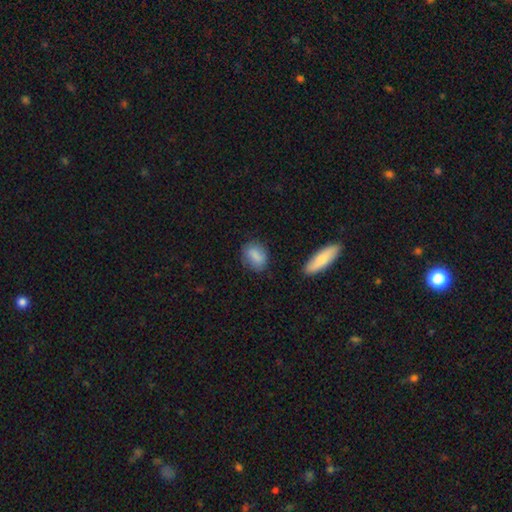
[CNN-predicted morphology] A smooth galaxy with no disk features (84%) that is in between round and cigar-shaped (72%).

Vote fractions:
- Smooth or featured? smooth: 84% / featured or disk: 9% / star or artifact: 8%
- How rounded? in between: 72% / round: 24% / cigar-shaped: 3%
- Merging? none: 72% / minor disturbance: 20% / major disturbance: 5% / merger: 3%